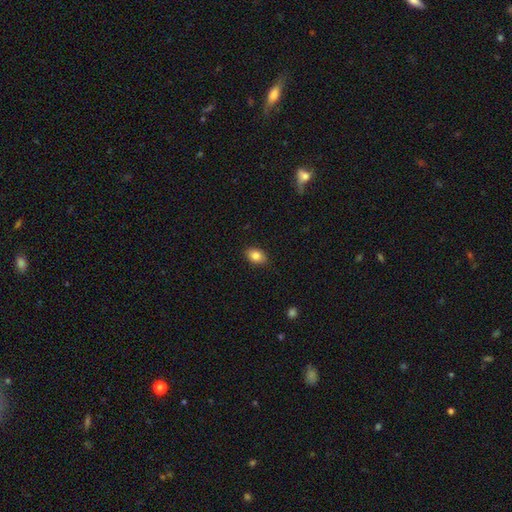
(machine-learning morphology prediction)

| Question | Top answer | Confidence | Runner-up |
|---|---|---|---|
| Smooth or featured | smooth | 84% | star or artifact (8%) |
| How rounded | in between | 82% | round (16%) |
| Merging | none | 87% | minor disturbance (10%) |